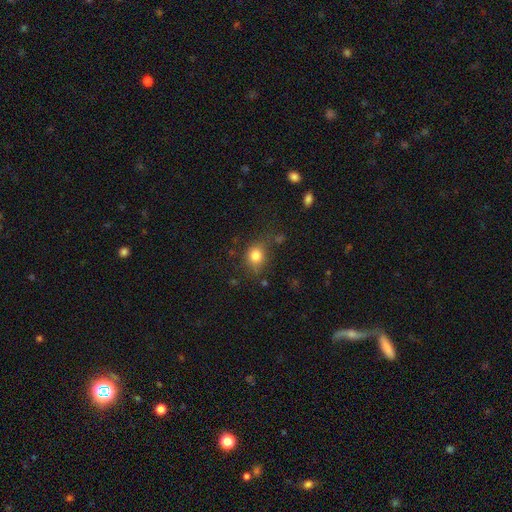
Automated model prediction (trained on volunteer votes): Morphology: type=smooth (81%); roundness=round (67%); merging=none (69%).